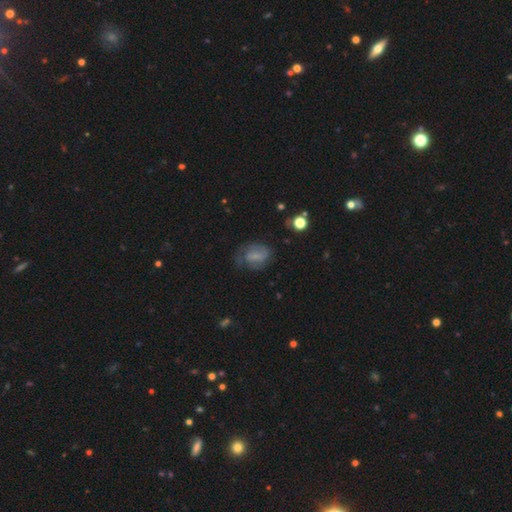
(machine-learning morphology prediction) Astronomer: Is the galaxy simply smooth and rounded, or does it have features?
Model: smooth — 46% (runner-up: featured or disk, 42%).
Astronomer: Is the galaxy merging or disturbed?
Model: none — 50% (runner-up: minor disturbance, 28%).